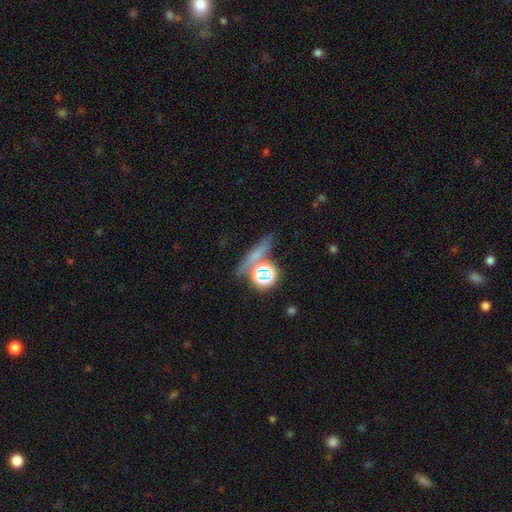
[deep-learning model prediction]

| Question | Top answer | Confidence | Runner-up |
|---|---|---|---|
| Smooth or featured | smooth | 46% | star or artifact (34%) |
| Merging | none | 67% | merger (15%) |